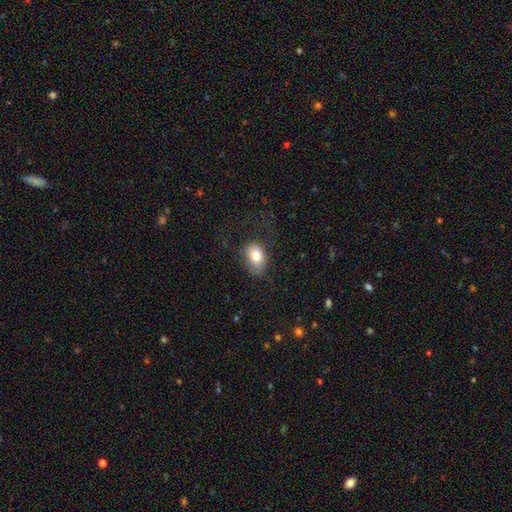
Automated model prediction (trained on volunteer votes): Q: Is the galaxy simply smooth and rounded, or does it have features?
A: smooth — 79%.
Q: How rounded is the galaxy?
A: in between — 78%.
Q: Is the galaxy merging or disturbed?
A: none — 64%.